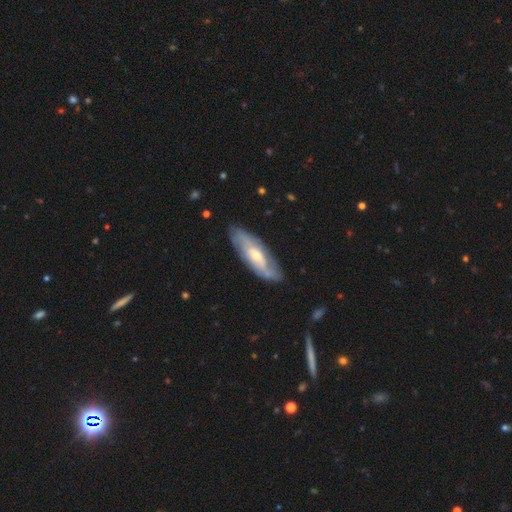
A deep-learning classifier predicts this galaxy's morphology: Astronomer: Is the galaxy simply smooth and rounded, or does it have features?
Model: featured or disk — 67%.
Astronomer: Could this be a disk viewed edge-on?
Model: no — 77%.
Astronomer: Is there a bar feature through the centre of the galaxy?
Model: no — 53% (runner-up: weak, 36%).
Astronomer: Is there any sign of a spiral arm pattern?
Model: yes — 76%.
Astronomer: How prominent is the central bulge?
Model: moderate — 53% (runner-up: small, 40%).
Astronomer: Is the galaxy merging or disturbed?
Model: none — 77%.